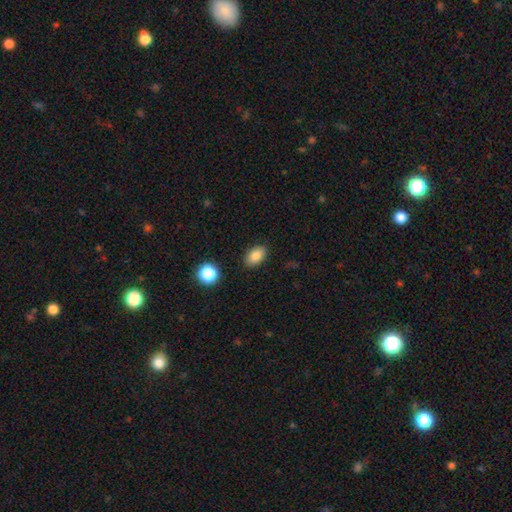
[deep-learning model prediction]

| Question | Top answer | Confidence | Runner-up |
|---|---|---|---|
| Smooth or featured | smooth | 84% | star or artifact (9%) |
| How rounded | in between | 88% | round (11%) |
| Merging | none | 86% | minor disturbance (9%) |